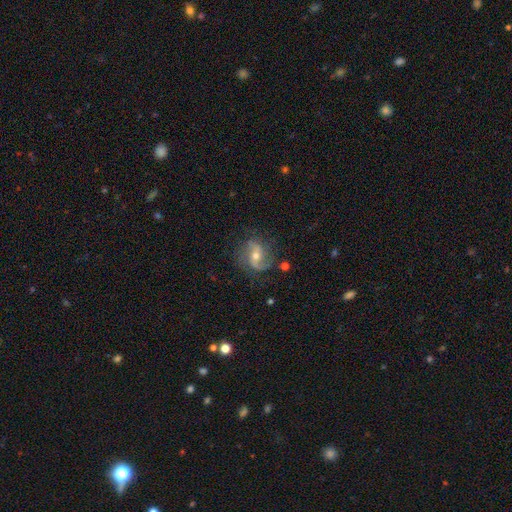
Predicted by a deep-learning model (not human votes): Smooth or featured? featured or disk (82%)
Edge-on disk? no (97%)
Bar? weak (41%)
Spiral arms? yes (95%)
Spiral winding? loose (47%)
Spiral arm count? 2 (84%)
Bulge size? moderate (59%)
Merging? none (74%)